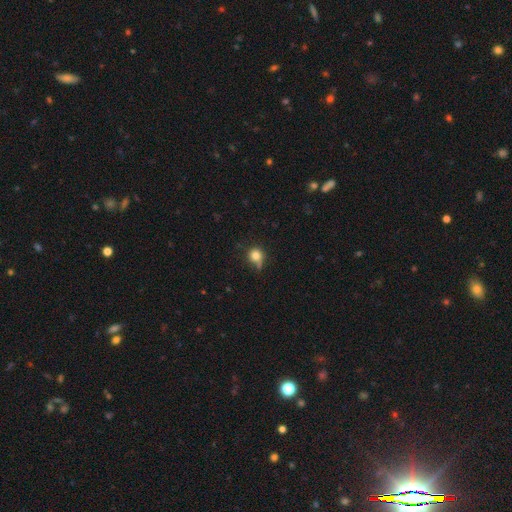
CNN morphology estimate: Smooth or featured? smooth (81%)
How rounded? round (87%)
Merging? none (55%)